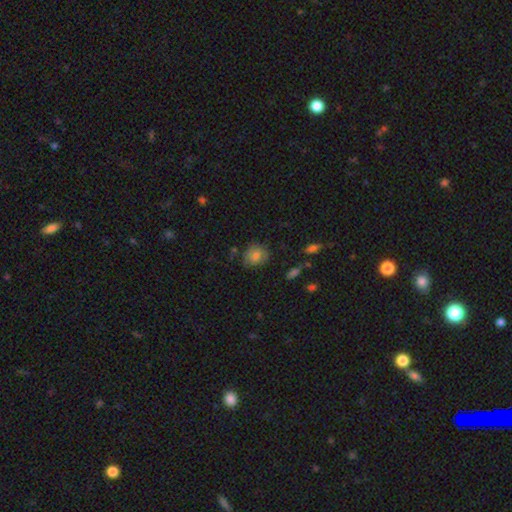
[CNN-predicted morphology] Smooth or featured: smooth — 73% (featured or disk — 18%)
How rounded: round — 65% (in between — 34%)
Merging: none — 70% (minor disturbance — 22%)